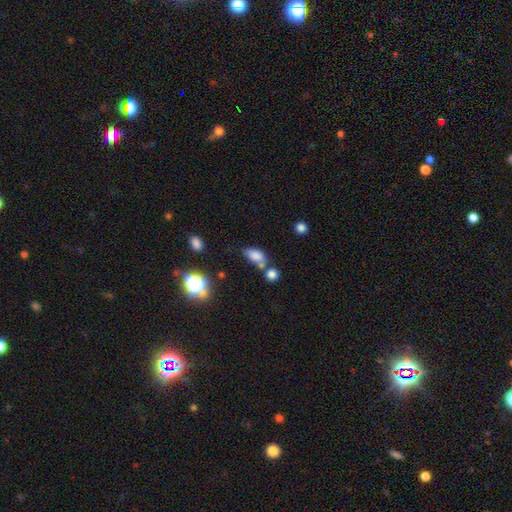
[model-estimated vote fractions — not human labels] Smooth or featured? Predicted: smooth (p=0.79). How rounded? Predicted: in between (p=0.87). Merging? Predicted: none (p=0.45).